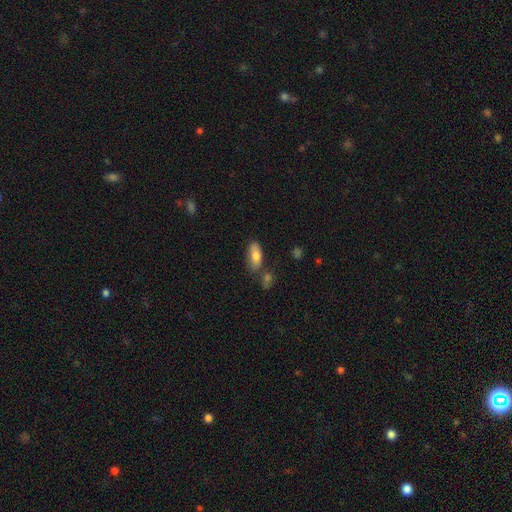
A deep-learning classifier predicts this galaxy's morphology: smooth_or_featured: smooth (p=0.78) [alt: featured or disk p=0.15]
how_rounded: in between (p=0.80) [alt: cigar-shaped p=0.17]
merging: none (p=0.64) [alt: minor disturbance p=0.18]